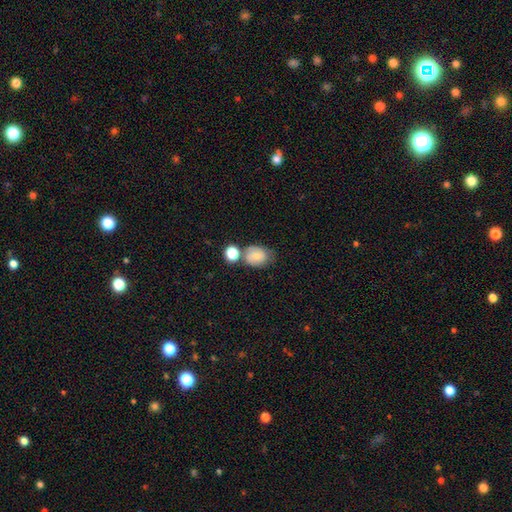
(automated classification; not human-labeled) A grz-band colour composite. It shows a smooth galaxy with no disk features (69%) that is in between round and cigar-shaped (52%). Merging: none (51%).